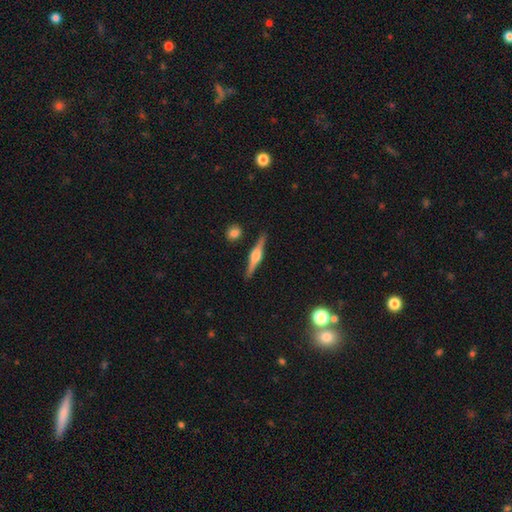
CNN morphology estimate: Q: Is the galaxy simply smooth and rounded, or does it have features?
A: featured or disk — 77%.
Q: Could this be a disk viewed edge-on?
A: yes — 98%.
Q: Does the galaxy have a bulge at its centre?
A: rounded — 87%.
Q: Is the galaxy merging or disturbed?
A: none — 89%.